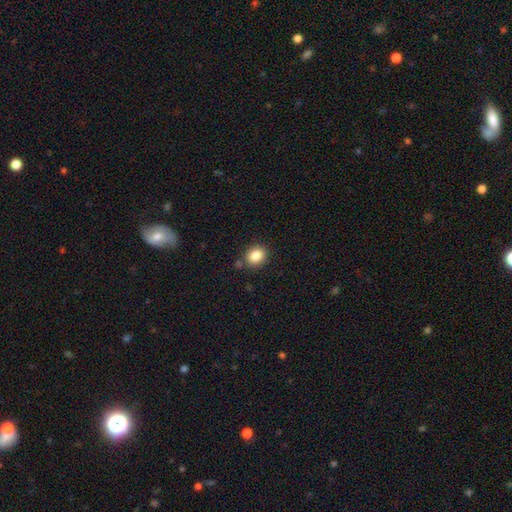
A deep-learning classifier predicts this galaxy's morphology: Smooth or featured? Predicted: smooth (p=0.85). How rounded? Predicted: round (p=0.65). Merging? Predicted: none (p=0.81).